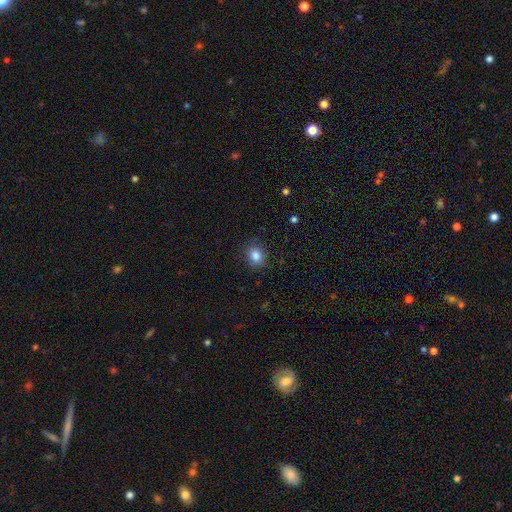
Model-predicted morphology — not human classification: Smooth or featured? smooth (84%)
How rounded? round (71%)
Merging? none (86%)